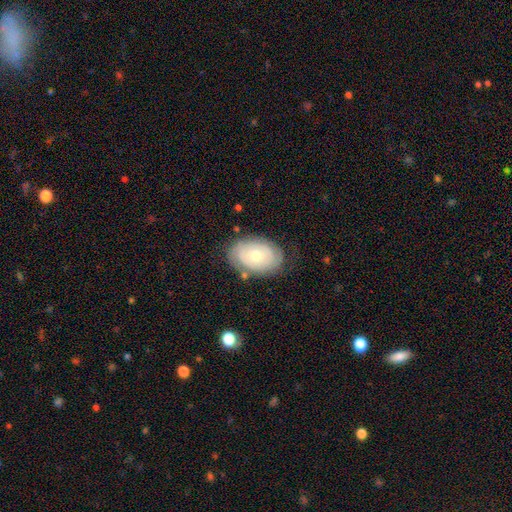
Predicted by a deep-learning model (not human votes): The model was most divided on "smooth or featured": featured or disk: 53%, smooth: 41%, star or artifact: 6%. More confident: edge-on disk — no (94%); merging — none (72%).